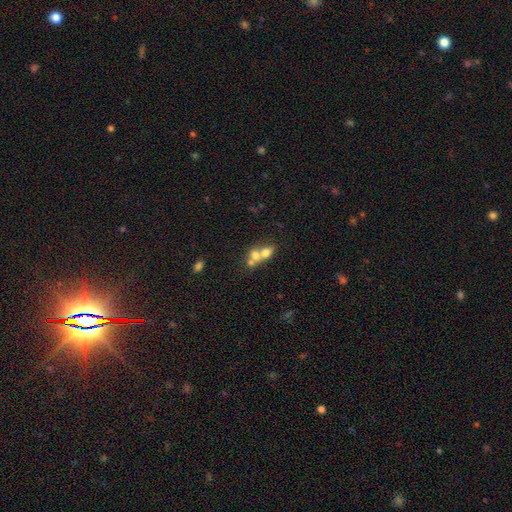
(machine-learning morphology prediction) Smooth or featured?
  - smooth: 64% *
  - featured or disk: 24%
  - star or artifact: 12%
How rounded?
  - round: 53% *
  - in between: 45%
  - cigar-shaped: 3%
Merging?
  - merger: 70% *
  - none: 21%
  - minor disturbance: 6%
  - major disturbance: 4%